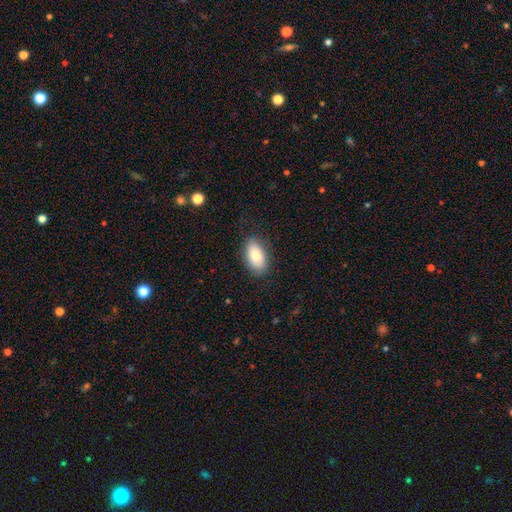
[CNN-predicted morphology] This is clearly a smooth galaxy (83%). How rounded: clearly in between (93%). Merging: clearly none (83%).